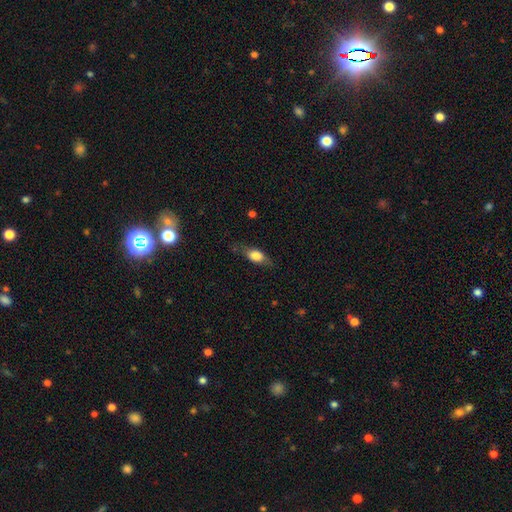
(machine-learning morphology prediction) smooth-or-featured: smooth: 69% | featured or disk: 23% | star or artifact: 7%
  how-rounded: in between: 77% | cigar-shaped: 17% | round: 6%
  merging: none: 69% | minor disturbance: 22% | major disturbance: 7% | merger: 2%